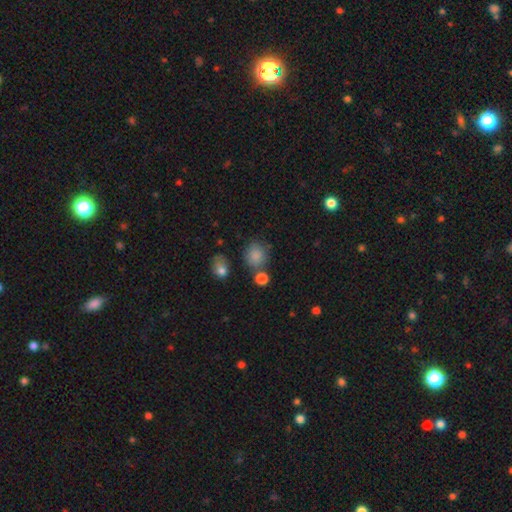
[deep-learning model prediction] Morphology: type=smooth (83%); roundness=round (69%); merging=none (65%).